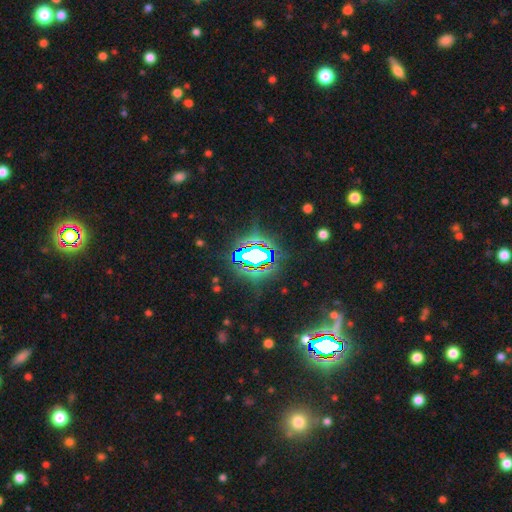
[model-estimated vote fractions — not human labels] This is likely a star or artifact rather than a galaxy (70%).